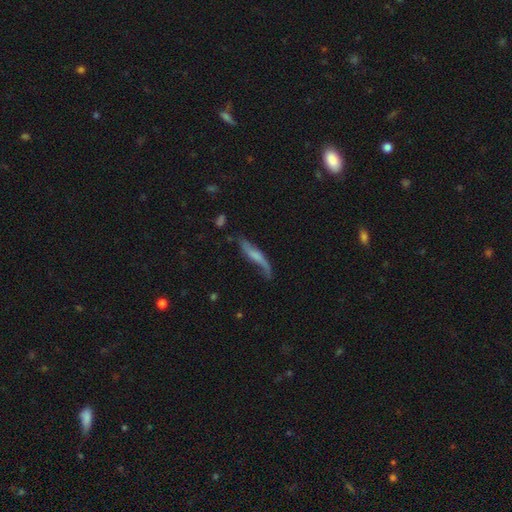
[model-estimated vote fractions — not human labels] A featured or disk galaxy (53%) viewed edge-on (55%).

Vote fractions:
- Smooth or featured? featured or disk: 53% / smooth: 39% / star or artifact: 7%
- Edge-on disk? yes: 55% / no: 45%
- Merging? none: 47% / minor disturbance: 30% / major disturbance: 18% / merger: 5%